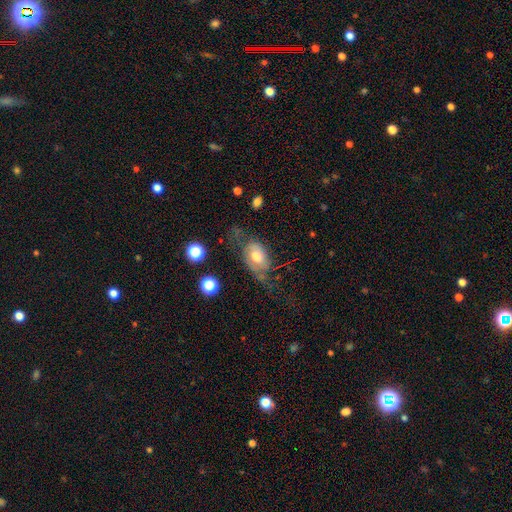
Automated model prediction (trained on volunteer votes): smooth 51%, featured or disk 40%, star or artifact 9%. Down the decision tree: how rounded — in between (81%); merging — none (36%).